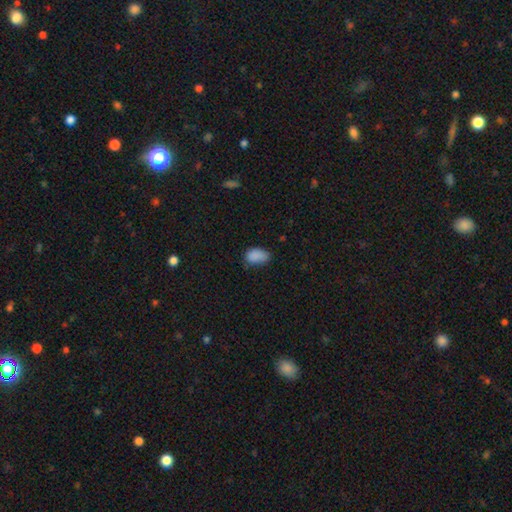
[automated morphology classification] Q: Smooth or featured?
A: smooth (86%); runner-up: star or artifact (9%)
Q: How rounded?
A: in between (89%); runner-up: round (10%)
Q: Merging?
A: none (57%); runner-up: minor disturbance (34%)